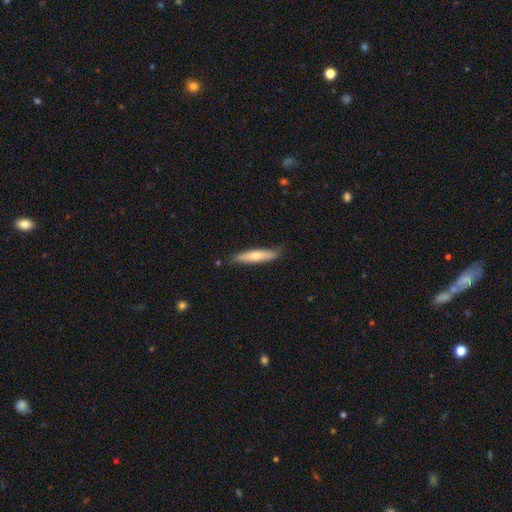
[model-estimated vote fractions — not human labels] The model was most divided on "smooth or featured": smooth: 62%, featured or disk: 32%, star or artifact: 6%. More confident: how rounded — cigar-shaped (84%); merging — none (77%).